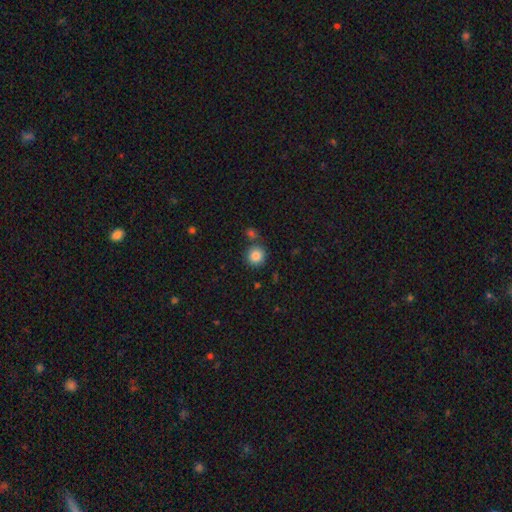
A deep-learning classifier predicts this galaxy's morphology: smooth_or_featured: smooth (p=0.85) [alt: star or artifact p=0.10]
how_rounded: round (p=0.91) [alt: in between p=0.08]
merging: none (p=0.75) [alt: merger p=0.13]